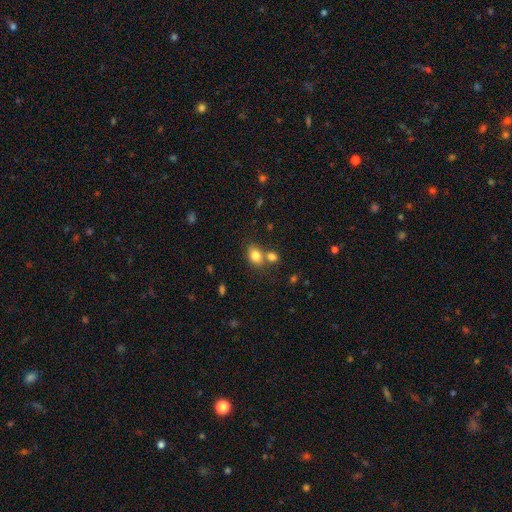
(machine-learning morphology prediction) This is clearly a smooth galaxy (81%). How rounded: possibly in between (56%). Merging: possibly none (52%).